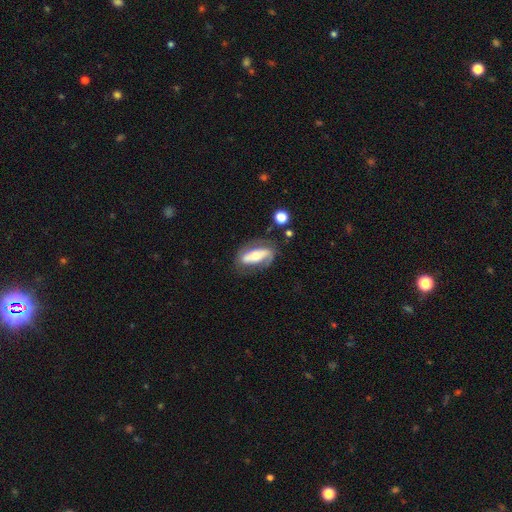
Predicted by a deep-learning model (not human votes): A featured or disk galaxy (66%) with a strong bar (54%), spiral arms (67%) and a moderate central bulge (59%). Merging: none (66%).